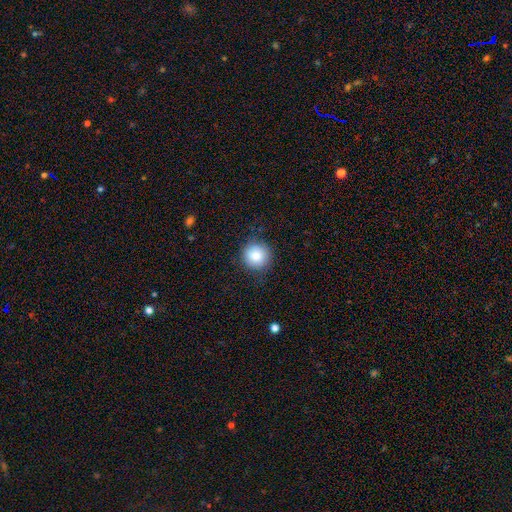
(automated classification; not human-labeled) Smooth or featured? smooth (85%)
How rounded? round (94%)
Merging? none (83%)